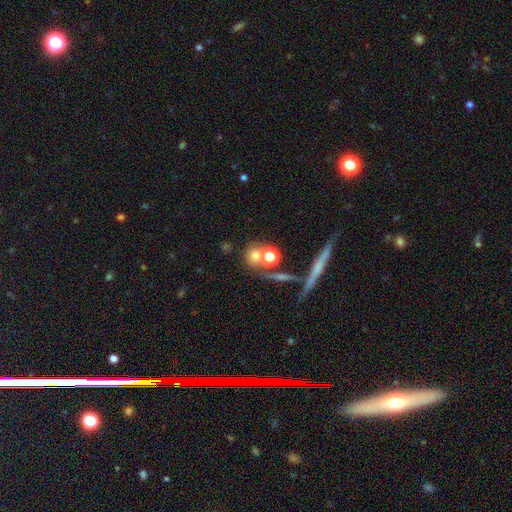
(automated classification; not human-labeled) This is likely a smooth galaxy (68%). How rounded: clearly round (85%). Merging: possibly none (59%).